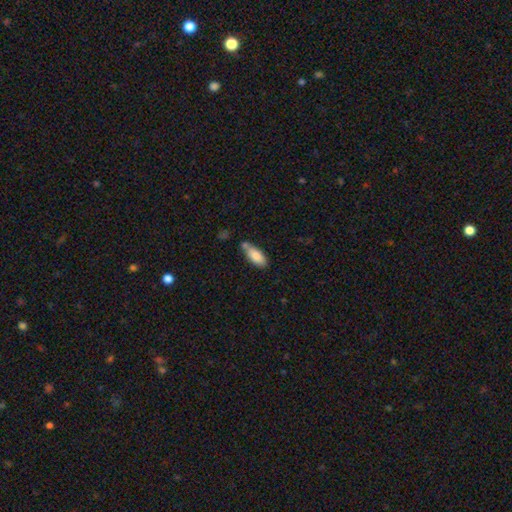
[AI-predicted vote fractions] Smooth or featured?
  - smooth: 81% *
  - featured or disk: 13%
  - star or artifact: 7%
How rounded?
  - in between: 79% *
  - cigar-shaped: 19%
  - round: 2%
Merging?
  - none: 49% *
  - minor disturbance: 23%
  - merger: 22%
  - major disturbance: 6%